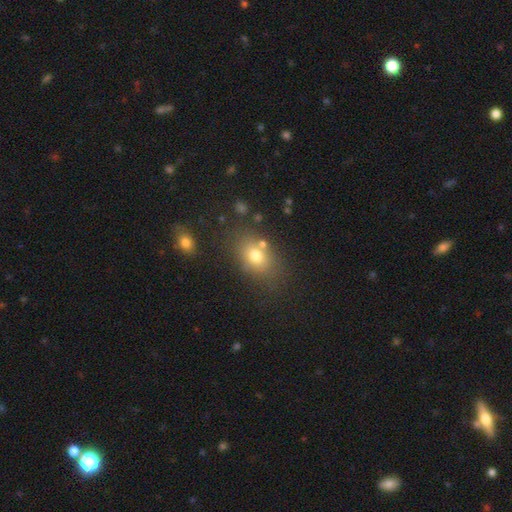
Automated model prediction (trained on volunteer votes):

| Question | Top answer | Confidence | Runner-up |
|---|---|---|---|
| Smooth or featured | smooth | 73% | featured or disk (14%) |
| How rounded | in between | 72% | round (26%) |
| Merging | none | 71% | minor disturbance (14%) |